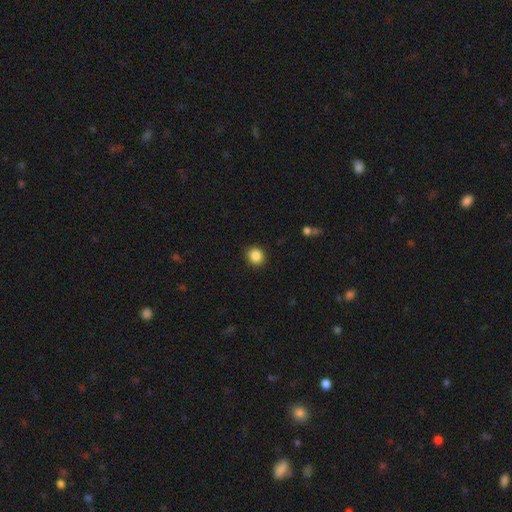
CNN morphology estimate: type=smooth (86%); roundness=round (82%); merging=none (89%).